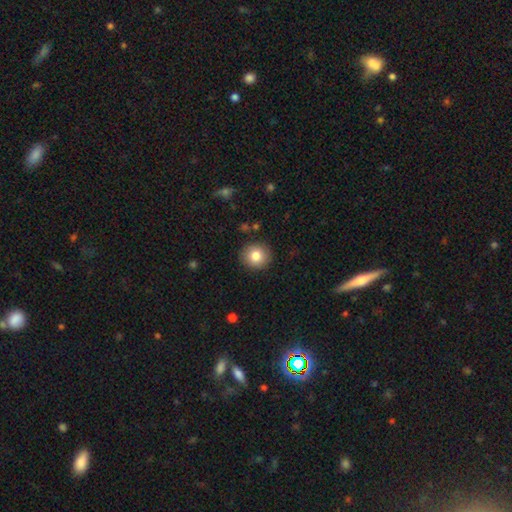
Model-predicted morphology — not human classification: A smooth galaxy with no disk features (81%) that is round (89%). Merging: none (91%).